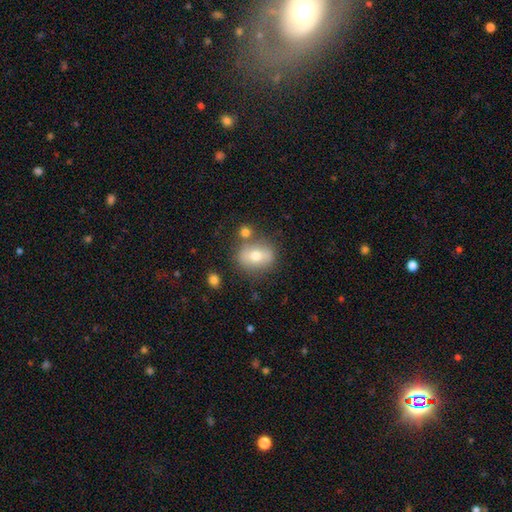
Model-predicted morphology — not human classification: A smooth galaxy with no disk features (58%) that is in between round and cigar-shaped (55%). Merging: none (73%).